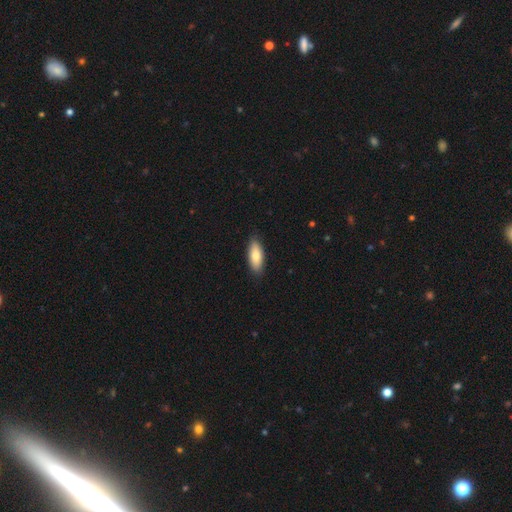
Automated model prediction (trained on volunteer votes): Morphology: type=smooth (79%); roundness=in between (76%); merging=none (87%).